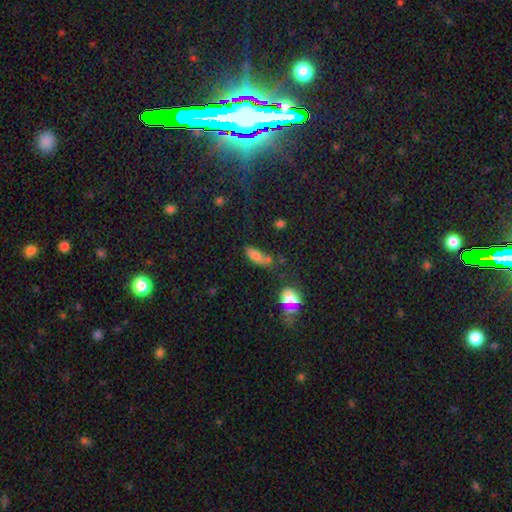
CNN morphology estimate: The model was most divided on "merging": none: 38%, merger: 24%, minor disturbance: 23%, major disturbance: 15%. More confident: how rounded — in between (74%); smooth or featured — smooth (71%).